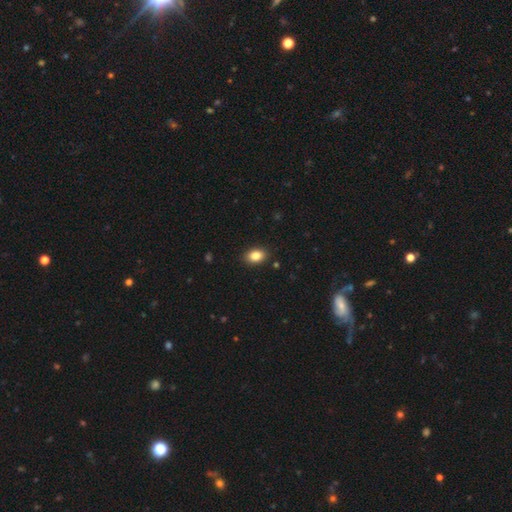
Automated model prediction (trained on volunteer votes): smooth_or_featured: smooth (p=0.85) [alt: star or artifact p=0.09]
how_rounded: in between (p=0.80) [alt: round p=0.18]
merging: none (p=0.90) [alt: minor disturbance p=0.07]